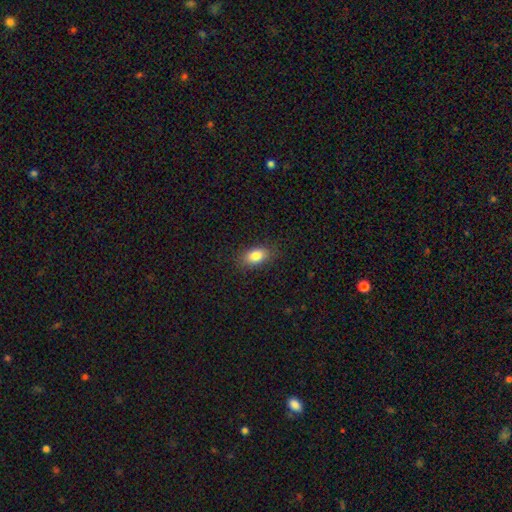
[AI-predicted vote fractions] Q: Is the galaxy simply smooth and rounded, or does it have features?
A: smooth — 84%.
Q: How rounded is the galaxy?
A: in between — 88%.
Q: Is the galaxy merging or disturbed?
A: none — 85%.